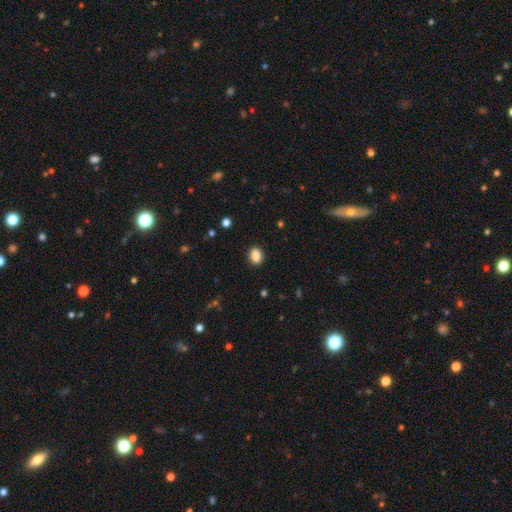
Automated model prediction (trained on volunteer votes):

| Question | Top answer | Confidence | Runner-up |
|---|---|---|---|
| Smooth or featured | smooth | 87% | star or artifact (9%) |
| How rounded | in between | 78% | round (20%) |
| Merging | none | 89% | minor disturbance (8%) |